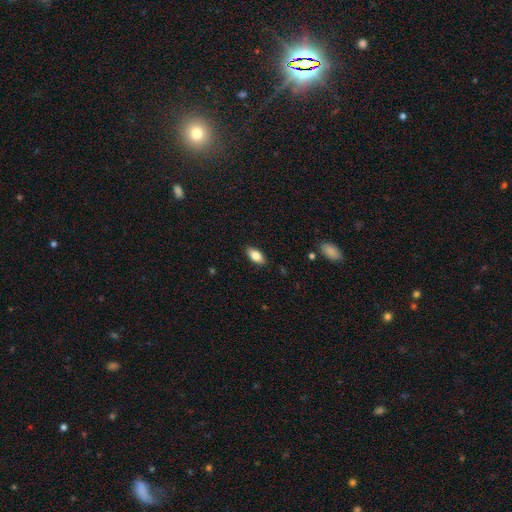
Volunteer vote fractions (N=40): A smooth galaxy with no disk features (78%) that is in between round and cigar-shaped (94%). Merging: none (100%).